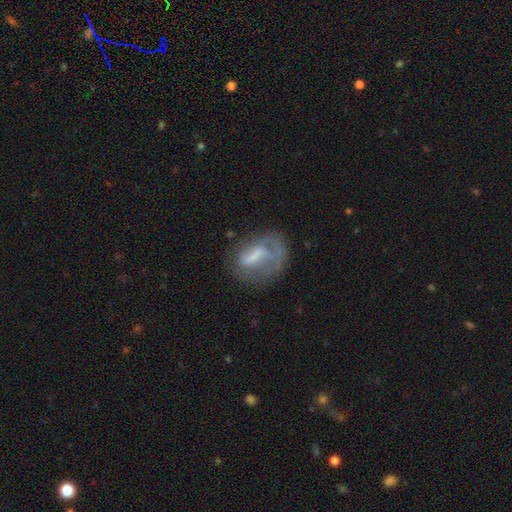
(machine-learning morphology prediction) Q: Smooth or featured?
A: featured or disk (53%); runner-up: smooth (38%)
Q: Edge-on disk?
A: no (94%); runner-up: yes (6%)
Q: Merging?
A: none (43%); runner-up: major disturbance (30%)